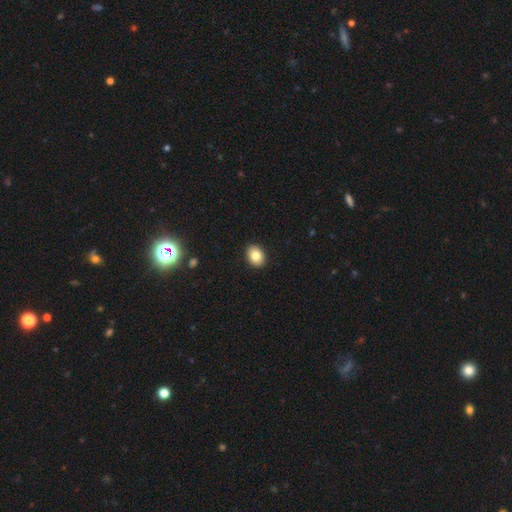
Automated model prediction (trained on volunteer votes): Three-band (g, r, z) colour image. It shows a smooth galaxy with no disk features (82%) that is in between round and cigar-shaped (70%). Merging: none (91%).